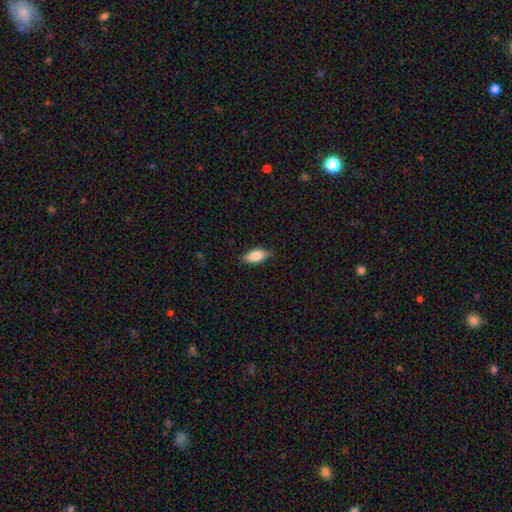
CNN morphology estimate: smooth_or_featured: smooth (p=0.82) [alt: featured or disk p=0.12]
how_rounded: in between (p=0.86) [alt: cigar-shaped p=0.11]
merging: none (p=0.82) [alt: minor disturbance p=0.15]